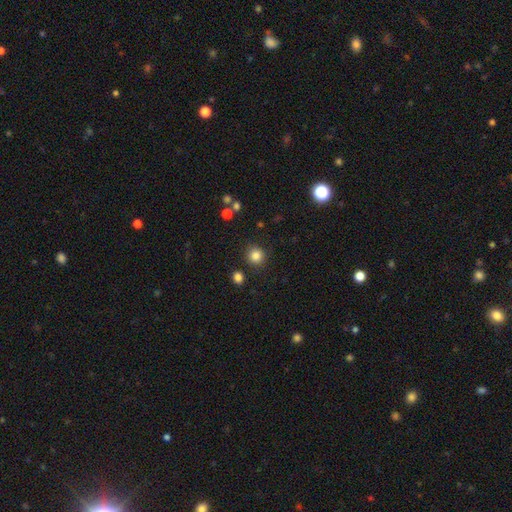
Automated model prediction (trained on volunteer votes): smooth 84%, star or artifact 11%, featured or disk 4%. Down the decision tree: how rounded — round (92%); merging — none (88%).